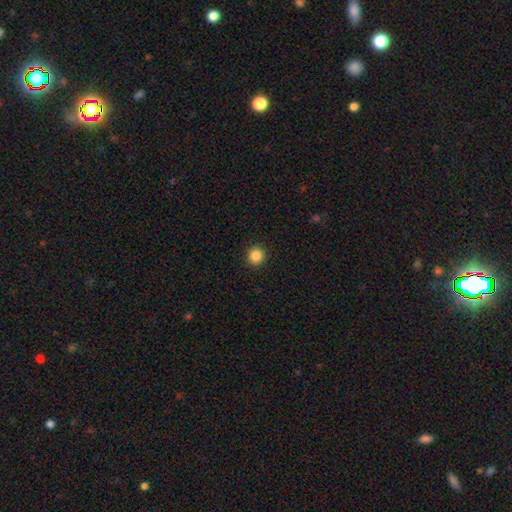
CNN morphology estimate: smooth_or_featured: smooth (p=0.86) [alt: star or artifact p=0.11]
how_rounded: round (p=0.94) [alt: in between p=0.05]
merging: none (p=0.93) [alt: minor disturbance p=0.05]